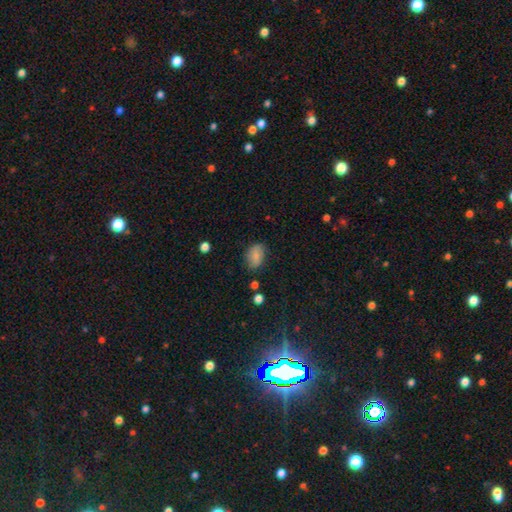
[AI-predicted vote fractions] Morphology: type=smooth (79%); roundness=in between (83%); merging=none (69%).